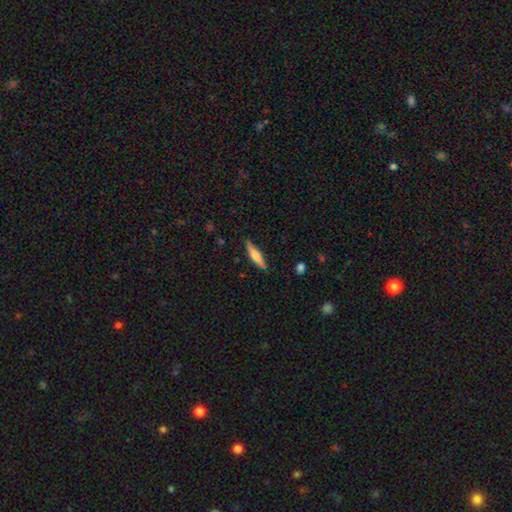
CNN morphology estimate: Overall: smooth (54%; featured or disk 40%). How rounded: cigar-shaped (82%). Merging: none (86%).